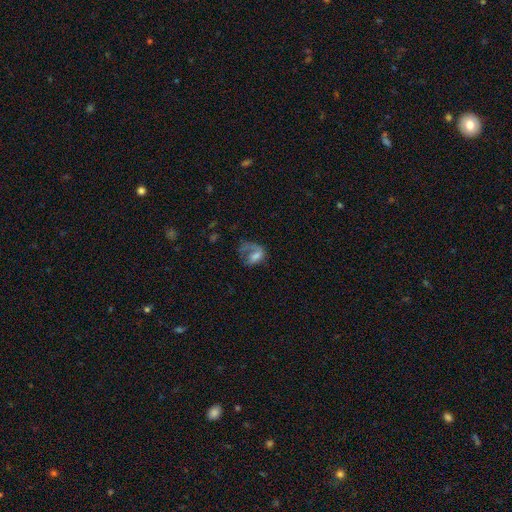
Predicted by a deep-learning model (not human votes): smooth-or-featured: smooth: 45% | featured or disk: 44% | star or artifact: 10%
  merging: major disturbance: 52% | none: 26% | minor disturbance: 17% | merger: 4%